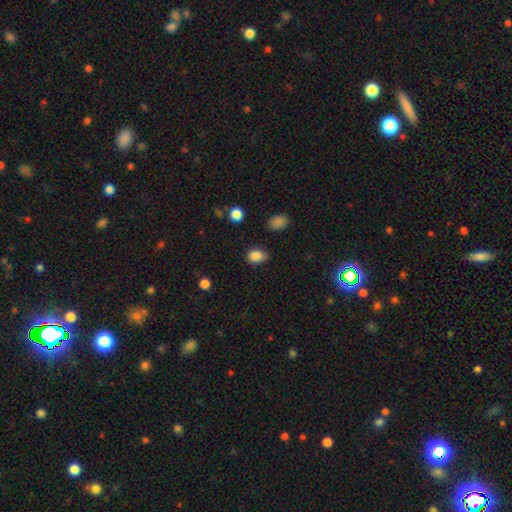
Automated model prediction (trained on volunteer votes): This is clearly a smooth galaxy (86%). How rounded: likely in between (64%). Merging: likely none (76%).